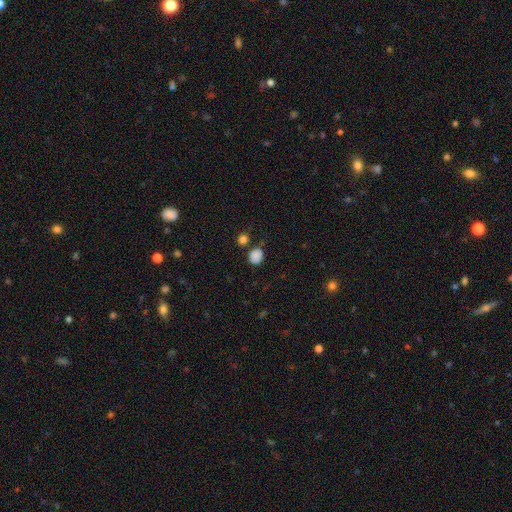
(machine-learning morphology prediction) smooth 84%, star or artifact 12%, featured or disk 4%. Down the decision tree: how rounded — round (72%); merging — none (72%).